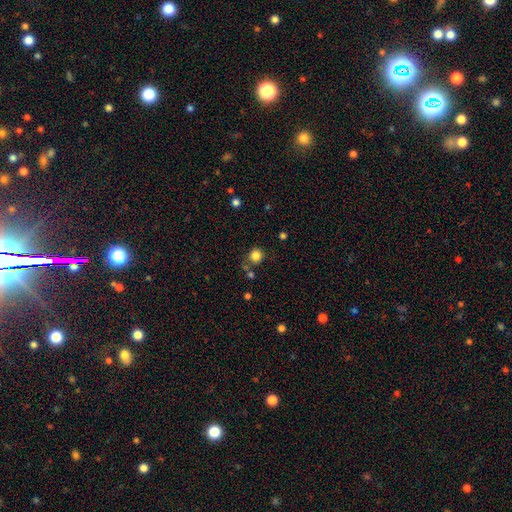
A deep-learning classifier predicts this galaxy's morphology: type=smooth (83%); roundness=round (92%); merging=none (76%).